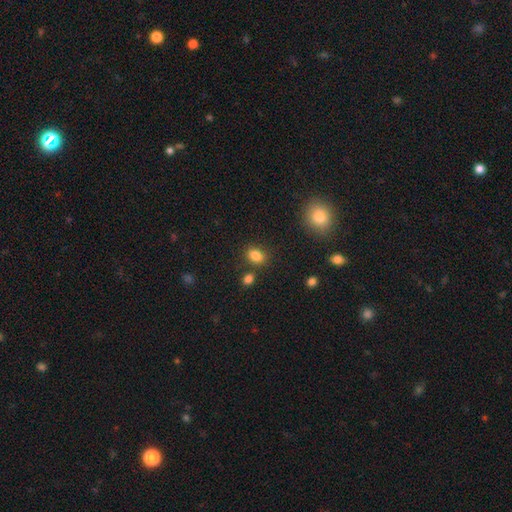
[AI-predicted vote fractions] A smooth galaxy with no disk features (82%) that is in between round and cigar-shaped (67%).

Vote fractions:
- Smooth or featured? smooth: 82% / star or artifact: 11% / featured or disk: 6%
- How rounded? in between: 67% / round: 31% / cigar-shaped: 1%
- Merging? none: 74% / minor disturbance: 13% / merger: 10% / major disturbance: 4%